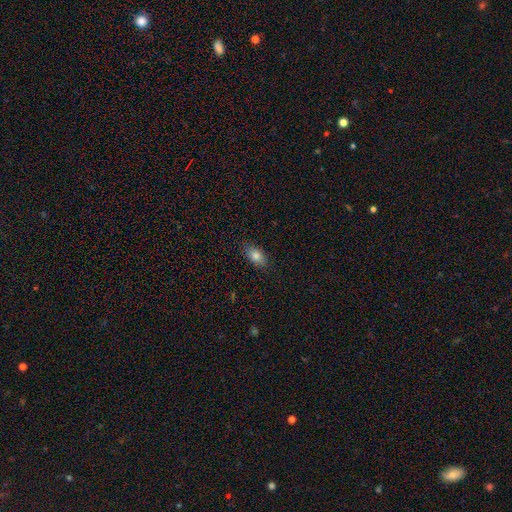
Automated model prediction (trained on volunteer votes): smooth_or_featured: smooth (p=0.81) [alt: featured or disk p=0.10]
how_rounded: in between (p=0.87) [alt: round p=0.08]
merging: none (p=0.85) [alt: minor disturbance p=0.12]